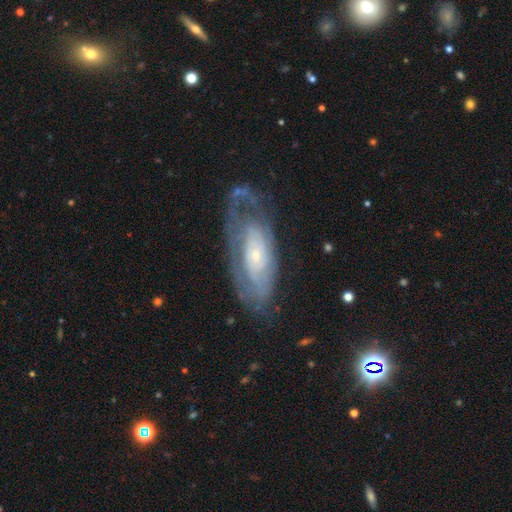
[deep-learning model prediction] featured or disk 75%, smooth 18%, star or artifact 7%. Down the decision tree: edge-on disk — no (90%); bar — no (77%); spiral arms — yes (77%); spiral arm count — can't tell (56%); spiral winding — tight (64%); bulge size — small (76%); merging — none (58%).